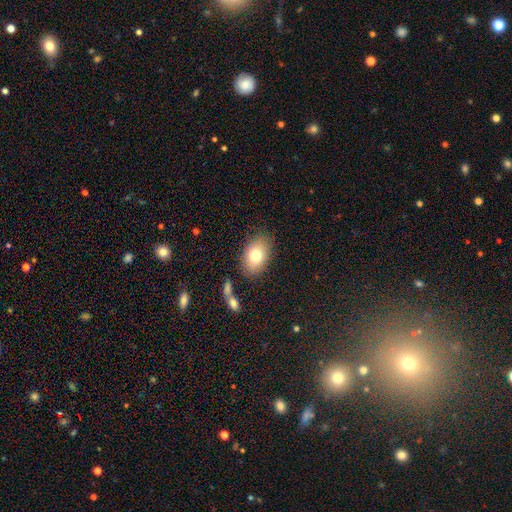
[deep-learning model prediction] Overall: smooth (79%). How rounded: in between (85%). Merging: none (81%).